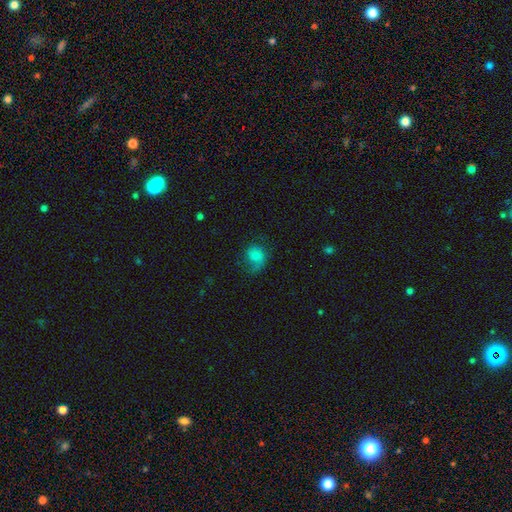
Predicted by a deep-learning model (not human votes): smooth_or_featured: smooth (p=0.62) [alt: featured or disk p=0.28]
how_rounded: round (p=0.63) [alt: in between p=0.36]
merging: none (p=0.50) [alt: minor disturbance p=0.27]